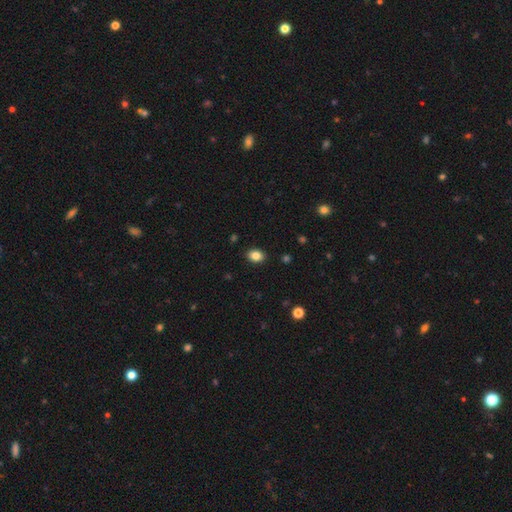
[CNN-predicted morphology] smooth 85%, star or artifact 10%, featured or disk 5%. Down the decision tree: how rounded — in between (67%); merging — none (89%).